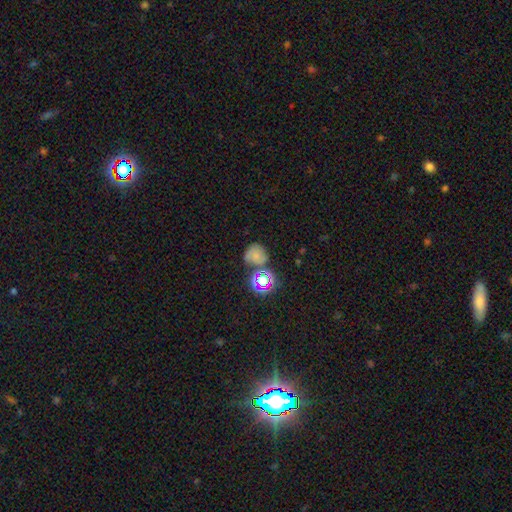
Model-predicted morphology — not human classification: smooth-or-featured: smooth: 54% | star or artifact: 26% | featured or disk: 20%
  how-rounded: round: 78% | in between: 21% | cigar-shaped: 1%
  merging: none: 59% | minor disturbance: 18% | merger: 15% | major disturbance: 8%